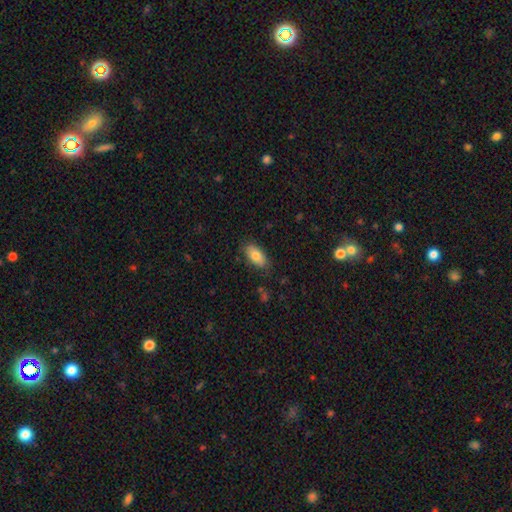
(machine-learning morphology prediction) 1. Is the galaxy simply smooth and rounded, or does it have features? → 79% smooth, 14% featured or disk, 7% star or artifact.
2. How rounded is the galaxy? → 90% in between, 7% cigar-shaped, 3% round.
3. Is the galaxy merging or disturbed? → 82% none, 14% minor disturbance, 3% major disturbance, 1% merger.